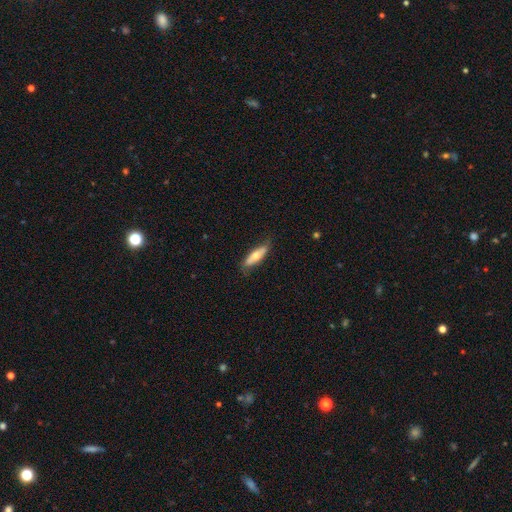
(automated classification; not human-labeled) smooth-or-featured: smooth: 57% | featured or disk: 37% | star or artifact: 6%
  how-rounded: cigar-shaped: 55% | in between: 42% | round: 2%
  merging: none: 76% | minor disturbance: 19% | major disturbance: 4% | merger: 1%